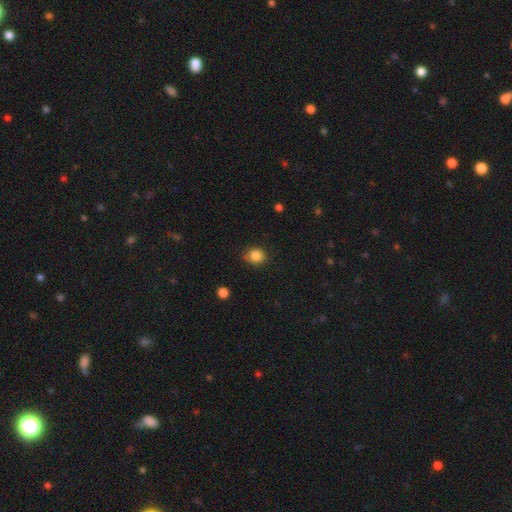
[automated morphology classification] Smooth or featured: smooth — 85% (star or artifact — 11%)
How rounded: round — 79% (in between — 20%)
Merging: none — 77% (minor disturbance — 18%)